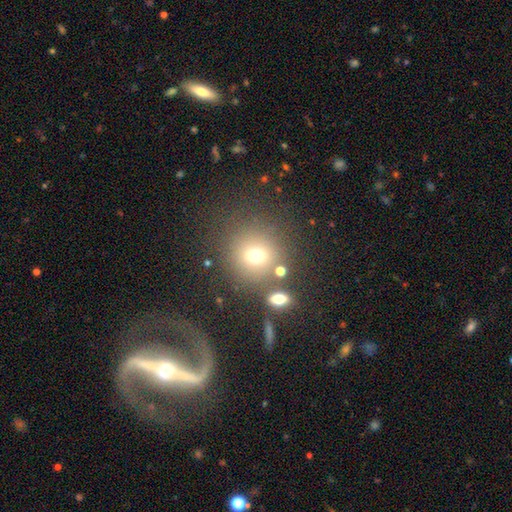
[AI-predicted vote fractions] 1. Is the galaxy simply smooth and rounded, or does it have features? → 69% smooth, 19% star or artifact, 12% featured or disk.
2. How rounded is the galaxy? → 86% round, 13% in between, 1% cigar-shaped.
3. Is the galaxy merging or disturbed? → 71% none, 12% merger, 10% minor disturbance, 6% major disturbance.